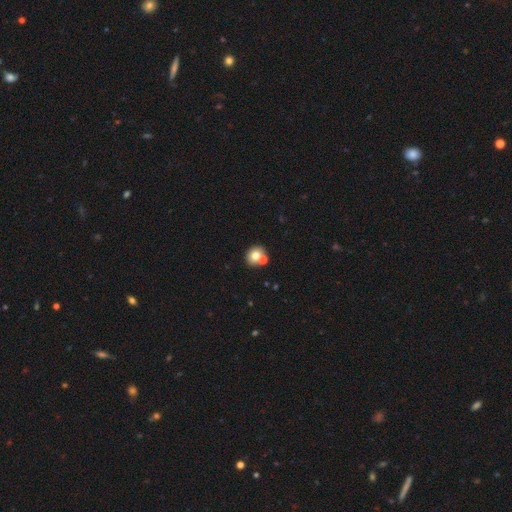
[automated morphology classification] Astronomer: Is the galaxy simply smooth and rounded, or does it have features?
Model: smooth — 74%.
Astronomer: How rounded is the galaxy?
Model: round — 72%.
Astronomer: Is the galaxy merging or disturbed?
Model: none — 58%.